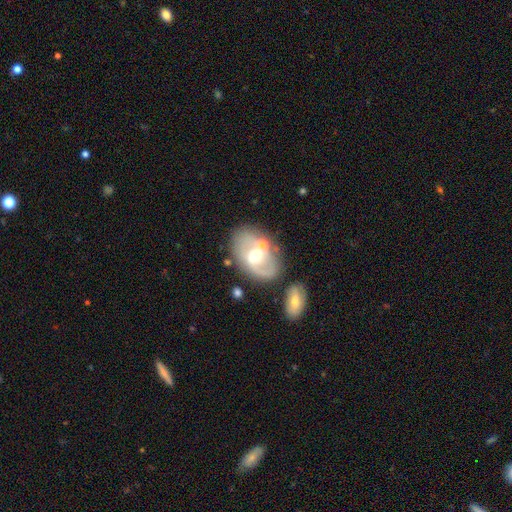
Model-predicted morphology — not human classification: Smooth or featured? featured or disk (60%)
Edge-on disk? no (94%)
Bar? no (41%)
Spiral arms? no (58%)
Bulge size? moderate (70%)
Merging? none (57%)